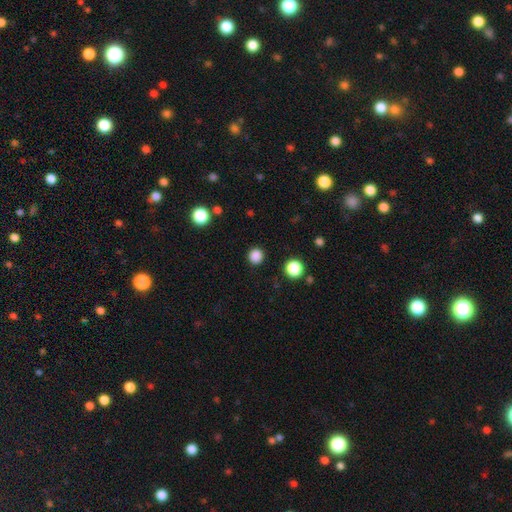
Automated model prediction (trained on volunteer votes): smooth_or_featured: smooth (p=0.84) [alt: star or artifact p=0.13]
how_rounded: round (p=0.92) [alt: in between p=0.07]
merging: none (p=0.90) [alt: minor disturbance p=0.06]